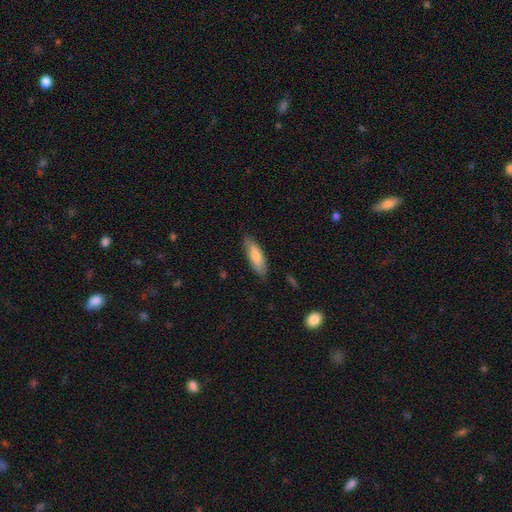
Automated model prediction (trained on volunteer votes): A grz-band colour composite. It shows a smooth galaxy with no disk features (73%) that is in between round and cigar-shaped (51%). Merging: none (81%).